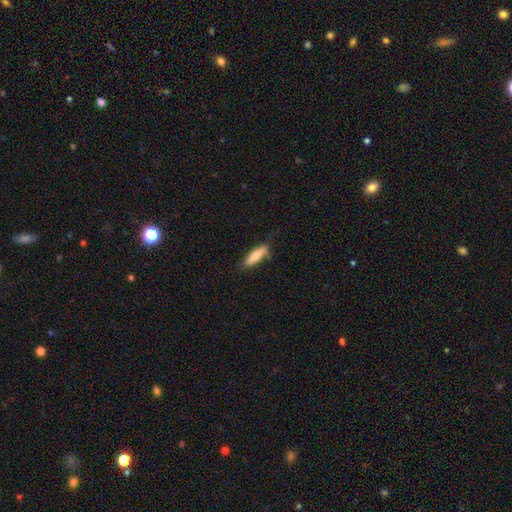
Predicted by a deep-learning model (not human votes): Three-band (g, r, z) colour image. It shows a smooth galaxy with no disk features (74%) that is cigar-shaped (69%). Merging: none (72%).